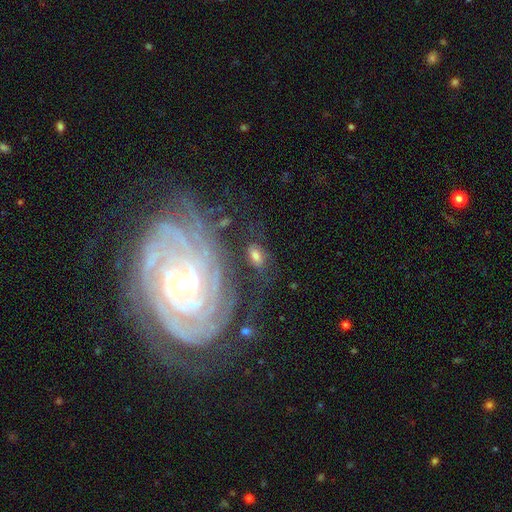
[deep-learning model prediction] Smooth or featured?
  - smooth: 50% *
  - featured or disk: 39%
  - star or artifact: 11%
How rounded?
  - in between: 85% *
  - round: 11%
  - cigar-shaped: 3%
Merging?
  - none: 70% *
  - minor disturbance: 17%
  - major disturbance: 8%
  - merger: 5%